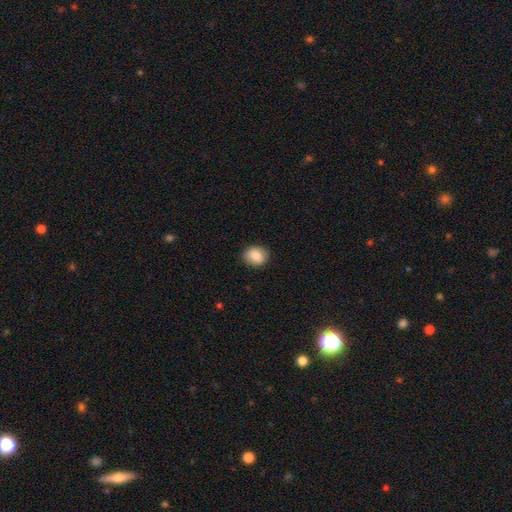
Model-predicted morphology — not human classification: Smooth or featured: smooth — 86% (star or artifact — 8%)
How rounded: round — 55% (in between — 44%)
Merging: none — 86% (minor disturbance — 10%)